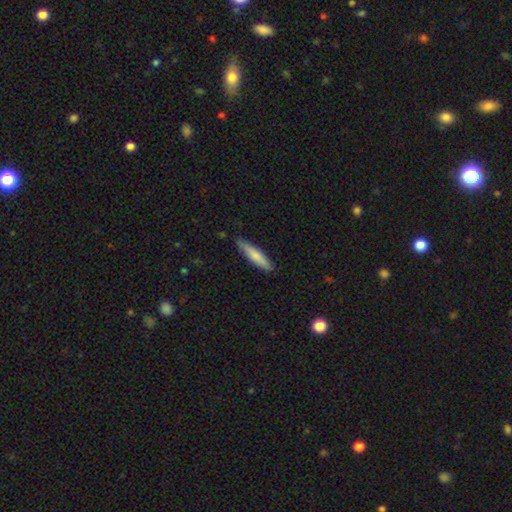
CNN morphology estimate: type=smooth (78%); roundness=cigar-shaped (81%); merging=none (81%).